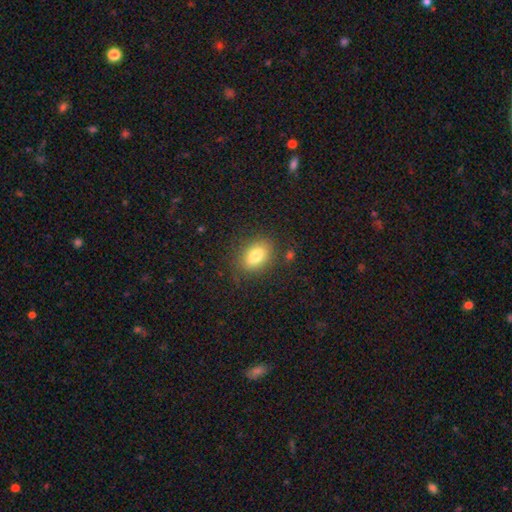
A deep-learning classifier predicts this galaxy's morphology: Smooth or featured? smooth (79%)
How rounded? in between (78%)
Merging? none (81%)